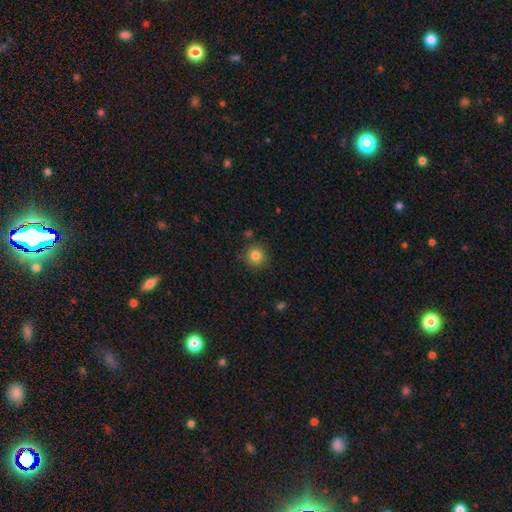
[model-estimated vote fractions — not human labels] Overall: smooth (83%). How rounded: round (93%). Merging: none (87%).